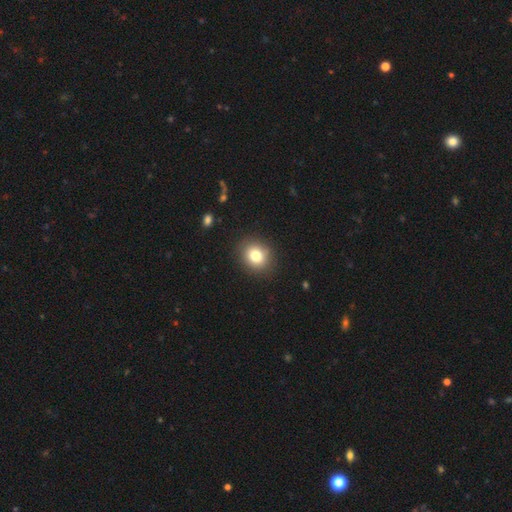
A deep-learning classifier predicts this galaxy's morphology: smooth 80%, star or artifact 11%, featured or disk 9%. Down the decision tree: how rounded — round (71%); merging — none (88%).